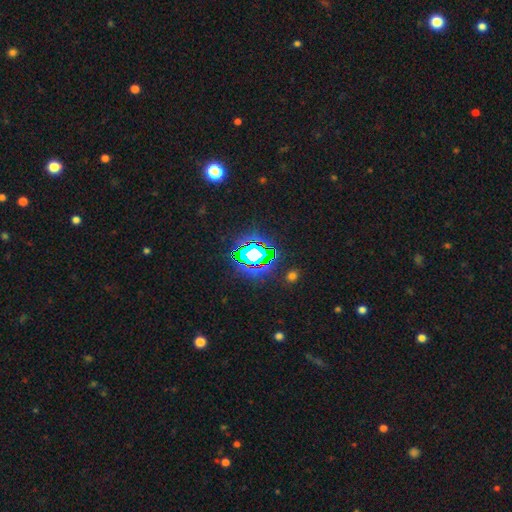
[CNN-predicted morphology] Smooth or featured: star or artifact — 82% (smooth — 11%)